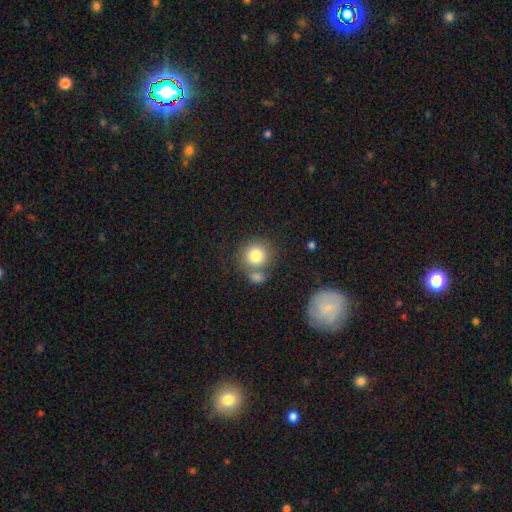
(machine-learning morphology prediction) smooth_or_featured: smooth (p=0.80) [alt: featured or disk p=0.10]
how_rounded: round (p=0.87) [alt: in between p=0.12]
merging: none (p=0.56) [alt: merger p=0.29]